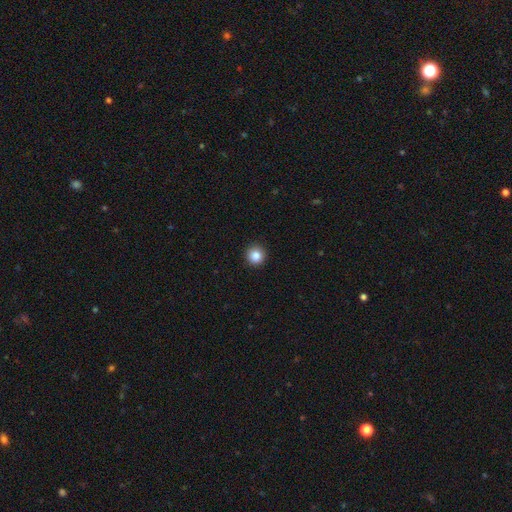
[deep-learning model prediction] Smooth or featured? Predicted: smooth (p=0.87). How rounded? Predicted: round (p=0.95). Merging? Predicted: none (p=0.93).